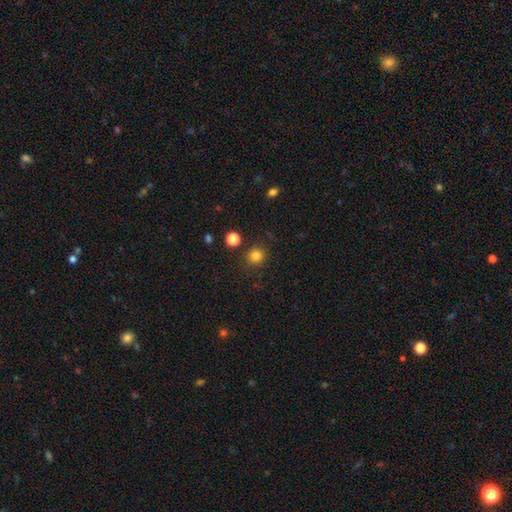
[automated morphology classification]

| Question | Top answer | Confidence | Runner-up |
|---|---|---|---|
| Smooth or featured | smooth | 82% | star or artifact (13%) |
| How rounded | round | 92% | in between (8%) |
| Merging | none | 88% | minor disturbance (7%) |